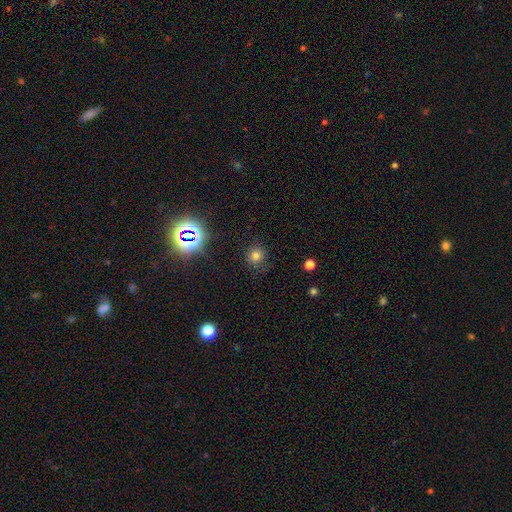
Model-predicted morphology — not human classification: smooth_or_featured: smooth (p=0.73) [alt: star or artifact p=0.20]
how_rounded: round (p=0.88) [alt: in between p=0.11]
merging: none (p=0.83) [alt: minor disturbance p=0.11]